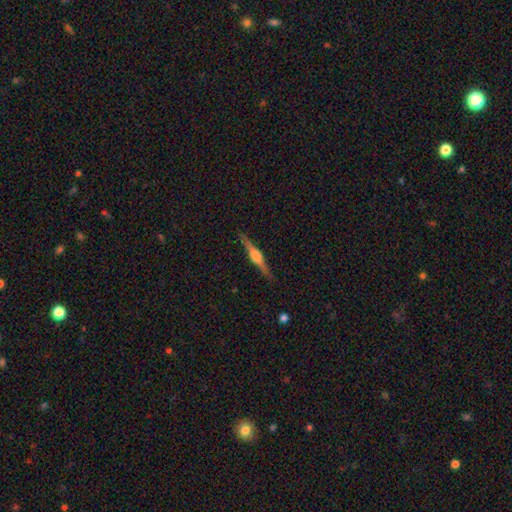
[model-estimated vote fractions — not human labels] Morphology: type=featured or disk (78%); edge-on=yes (98%); edge-on bulge=rounded (87%); merging=none (90%).